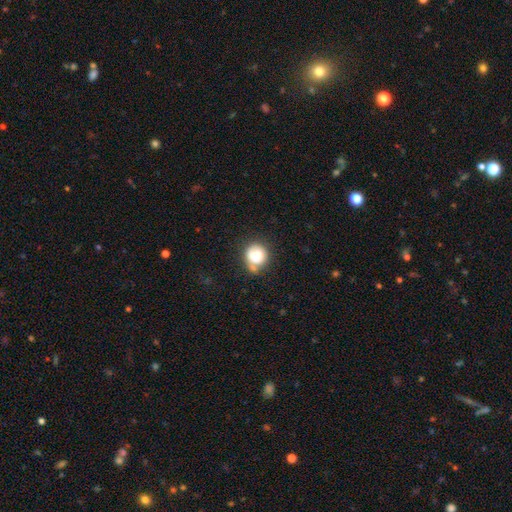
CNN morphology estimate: smooth 79%, featured or disk 11%, star or artifact 10%. Down the decision tree: how rounded — round (83%); merging — none (57%).